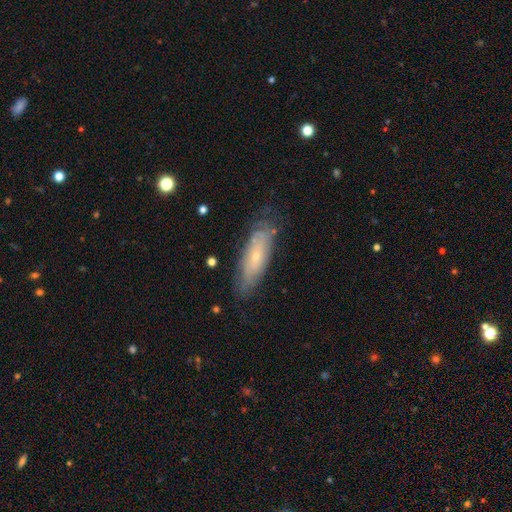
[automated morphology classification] Q: Smooth or featured?
A: featured or disk (52%); runner-up: smooth (41%)
Q: Edge-on disk?
A: no (73%); runner-up: yes (27%)
Q: Merging?
A: none (71%); runner-up: minor disturbance (21%)